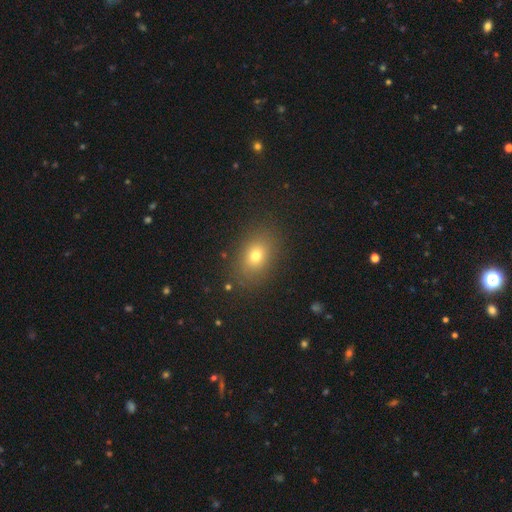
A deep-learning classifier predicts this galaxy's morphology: Q: Smooth or featured?
A: smooth (72%); runner-up: star or artifact (16%)
Q: How rounded?
A: in between (68%); runner-up: round (31%)
Q: Merging?
A: none (86%); runner-up: minor disturbance (9%)